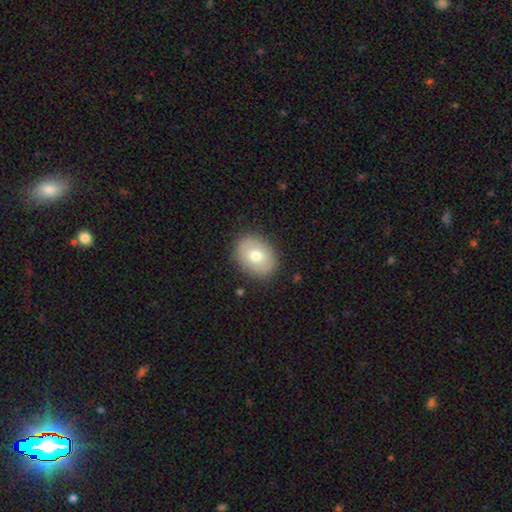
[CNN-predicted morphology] Smooth or featured? smooth (72%)
How rounded? in between (62%)
Merging? none (87%)